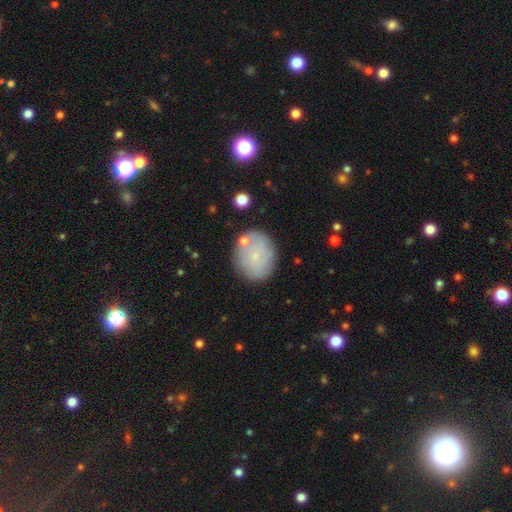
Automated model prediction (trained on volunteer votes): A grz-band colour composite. It shows a smooth galaxy with no disk features (65%) that is round (59%). Merging: none (76%).